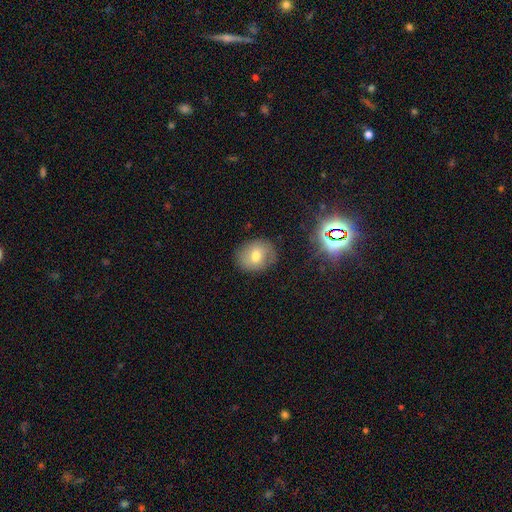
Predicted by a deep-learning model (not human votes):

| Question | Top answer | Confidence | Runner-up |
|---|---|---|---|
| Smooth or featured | smooth | 62% | featured or disk (26%) |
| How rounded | round | 60% | in between (39%) |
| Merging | none | 79% | minor disturbance (15%) |